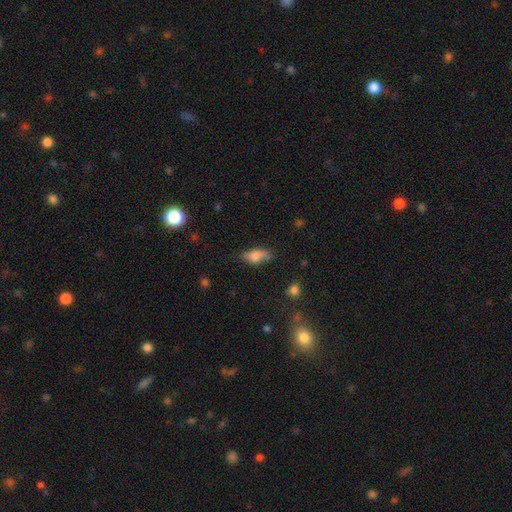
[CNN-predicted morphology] Q: Smooth or featured?
A: smooth (78%); runner-up: featured or disk (14%)
Q: How rounded?
A: in between (82%); runner-up: cigar-shaped (14%)
Q: Merging?
A: none (58%); runner-up: minor disturbance (30%)